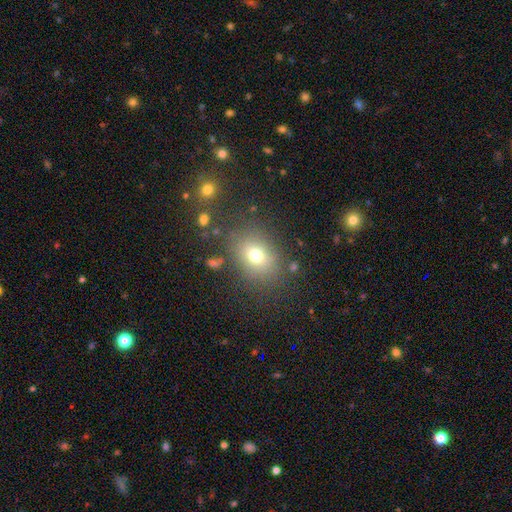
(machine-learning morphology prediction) smooth 71%, star or artifact 16%, featured or disk 13%. Down the decision tree: how rounded — in between (59%); merging — none (79%).